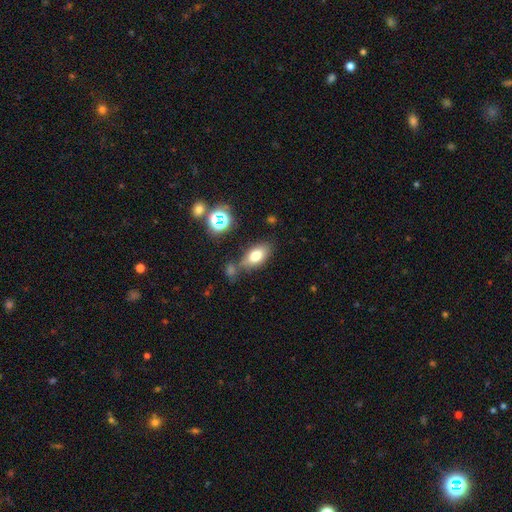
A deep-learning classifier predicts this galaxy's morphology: A smooth galaxy with no disk features (74%) that is in between round and cigar-shaped (87%).

Vote fractions:
- Smooth or featured? smooth: 74% / featured or disk: 14% / star or artifact: 11%
- How rounded? in between: 87% / cigar-shaped: 7% / round: 7%
- Merging? none: 67% / minor disturbance: 16% / merger: 12% / major disturbance: 5%